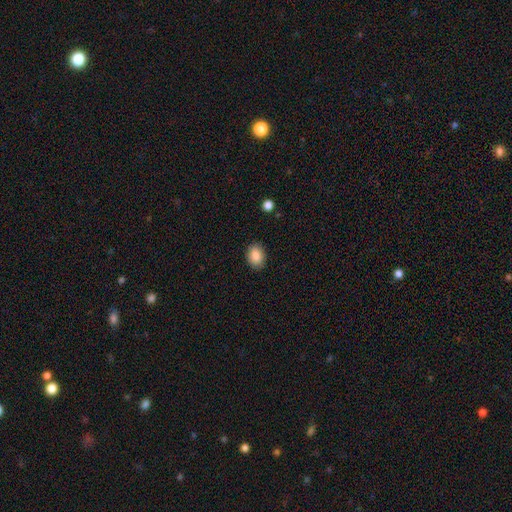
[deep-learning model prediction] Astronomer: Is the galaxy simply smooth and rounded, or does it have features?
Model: smooth — 86%.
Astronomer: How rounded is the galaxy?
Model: in between — 76%.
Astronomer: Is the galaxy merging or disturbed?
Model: none — 86%.